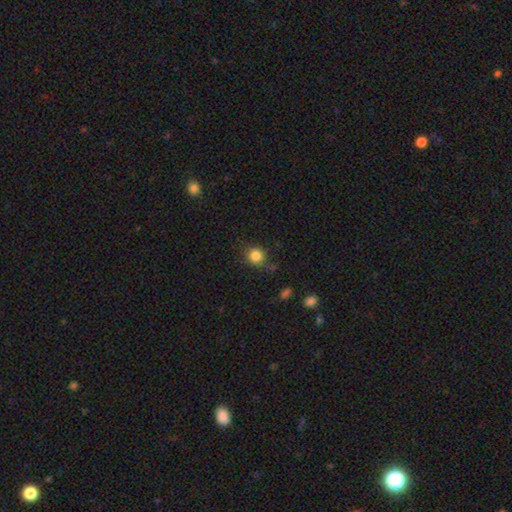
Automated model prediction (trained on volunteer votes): Q: Smooth or featured?
A: smooth (84%); runner-up: star or artifact (11%)
Q: How rounded?
A: round (88%); runner-up: in between (11%)
Q: Merging?
A: none (77%); runner-up: minor disturbance (15%)